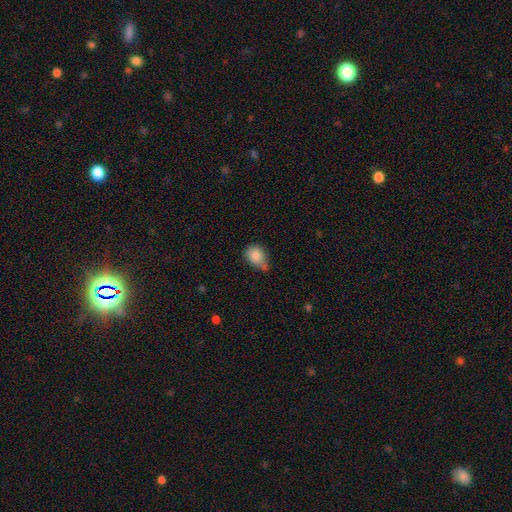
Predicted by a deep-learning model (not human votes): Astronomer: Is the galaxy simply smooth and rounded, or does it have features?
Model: smooth — 85%.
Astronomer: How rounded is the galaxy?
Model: in between — 62%.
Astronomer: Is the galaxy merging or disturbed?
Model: none — 47% (runner-up: minor disturbance, 36%).